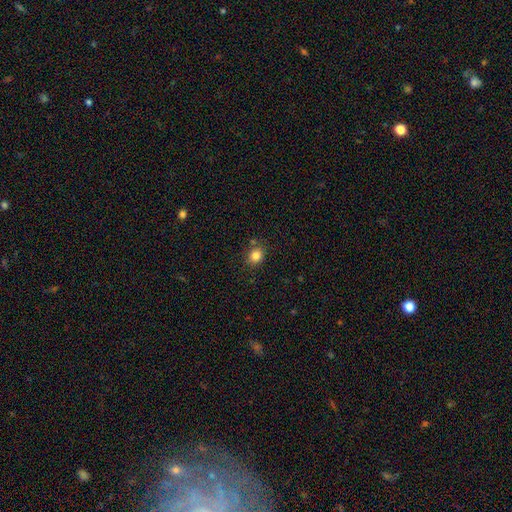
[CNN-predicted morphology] Overall: smooth (83%). How rounded: round (68%; in between 31%). Merging: none (81%).